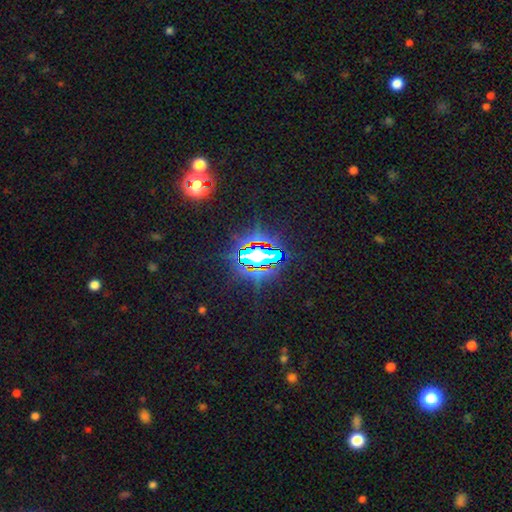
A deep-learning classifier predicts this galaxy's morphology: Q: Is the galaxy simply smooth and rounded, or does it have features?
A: star or artifact — 76%.